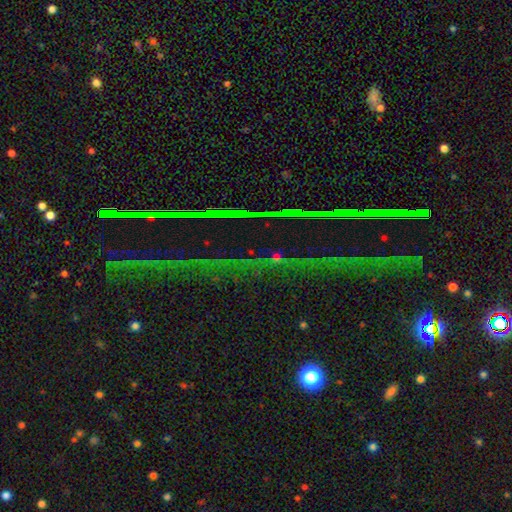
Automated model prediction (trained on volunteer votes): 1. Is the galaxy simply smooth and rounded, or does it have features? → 77% star or artifact, 12% featured or disk, 11% smooth.